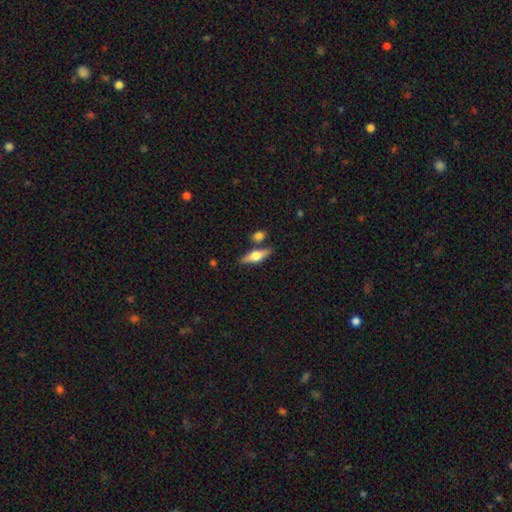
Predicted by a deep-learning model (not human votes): Smooth or featured? featured or disk (54%)
Edge-on disk? yes (94%)
Edge-on bulge? rounded (92%)
Merging? none (77%)